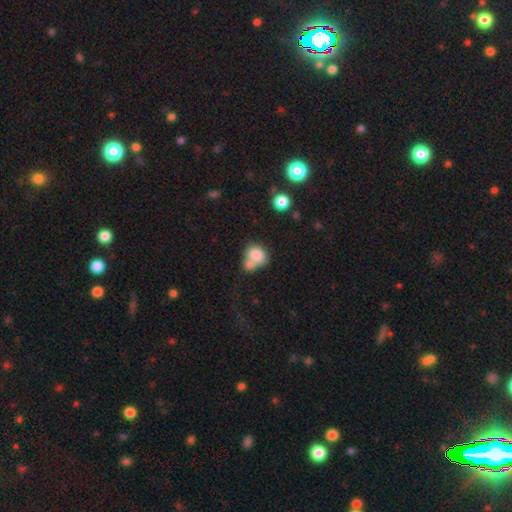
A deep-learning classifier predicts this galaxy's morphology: Overall: smooth (80%). How rounded: round (58%; in between 41%). Merging: merger (54%; none 31%).